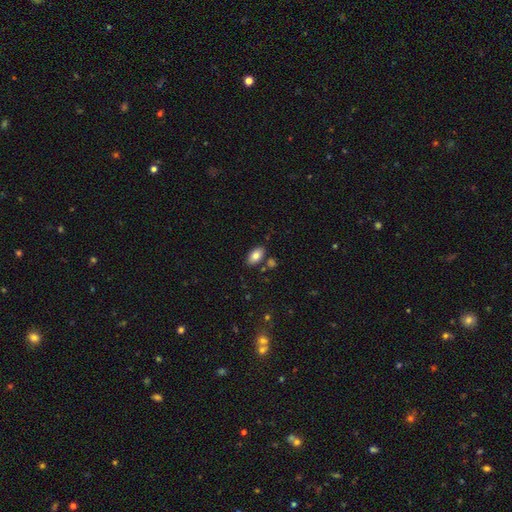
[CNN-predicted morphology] This is clearly a smooth galaxy (82%). How rounded: clearly in between (94%). Merging: clearly none (81%).